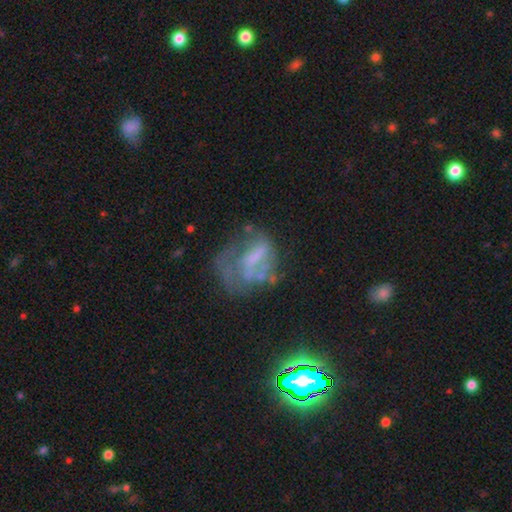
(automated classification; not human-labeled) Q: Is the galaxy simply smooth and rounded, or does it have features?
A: featured or disk — 59%.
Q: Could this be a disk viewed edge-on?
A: no — 97%.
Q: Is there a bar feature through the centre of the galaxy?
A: no — 64%.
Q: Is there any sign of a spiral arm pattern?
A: no — 71%.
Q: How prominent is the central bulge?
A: none — 55%.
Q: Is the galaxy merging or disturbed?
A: major disturbance — 38%.